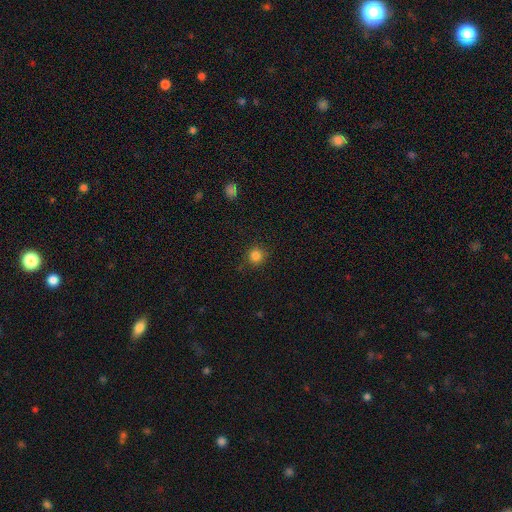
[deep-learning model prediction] Smooth or featured? Predicted: smooth (p=0.83). How rounded? Predicted: round (p=0.94). Merging? Predicted: none (p=0.88).